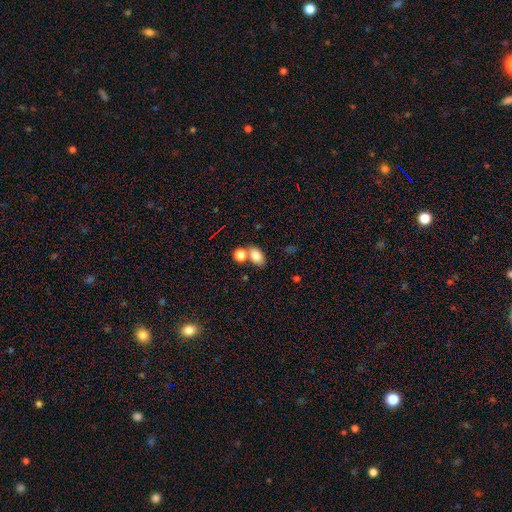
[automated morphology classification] smooth-or-featured: smooth: 81% | star or artifact: 10% | featured or disk: 9%
  how-rounded: in between: 78% | round: 21% | cigar-shaped: 1%
  merging: none: 56% | merger: 30% | minor disturbance: 10% | major disturbance: 4%